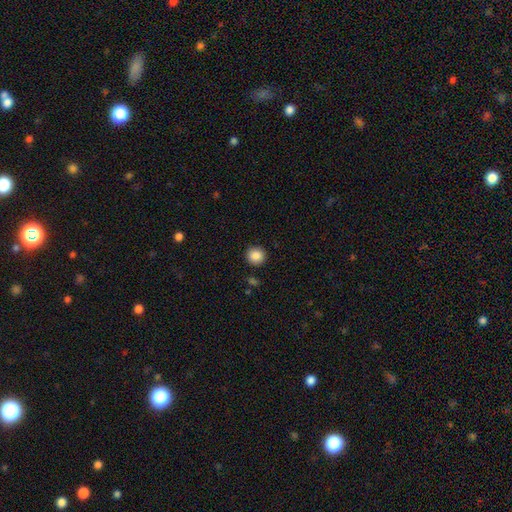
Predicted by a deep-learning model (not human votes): Overall: smooth (88%). How rounded: round (92%). Merging: none (91%).